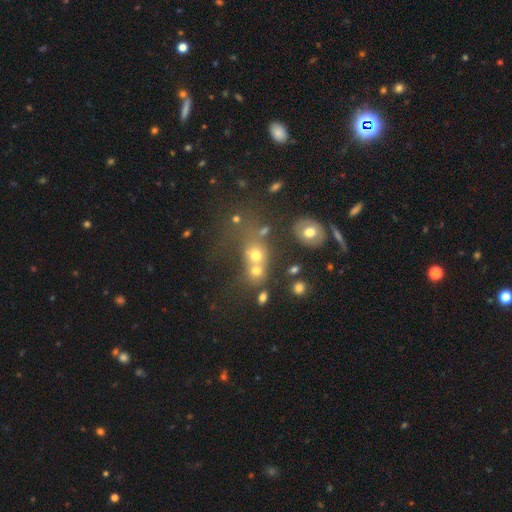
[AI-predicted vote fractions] This appears to be a smooth galaxy with no disk features (58%) that is round (69%). Merging: merger (46%).